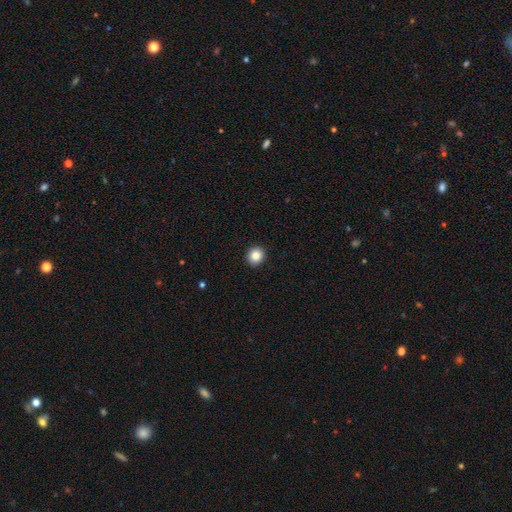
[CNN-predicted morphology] This is clearly a smooth galaxy (86%). How rounded: clearly round (90%). Merging: clearly none (93%).